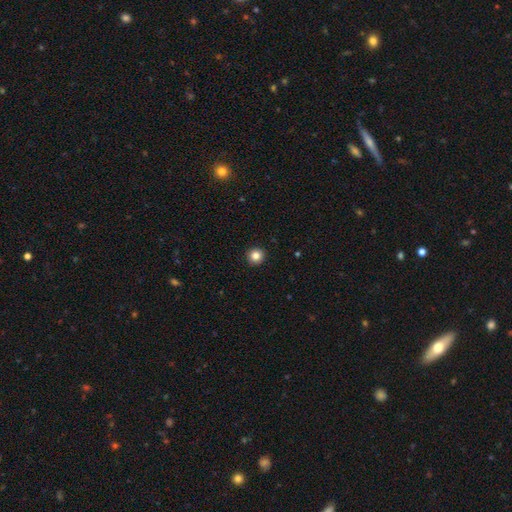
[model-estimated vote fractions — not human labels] smooth-or-featured: smooth: 84% | star or artifact: 11% | featured or disk: 5%
  how-rounded: round: 95% | in between: 4% | cigar-shaped: 1%
  merging: none: 93% | minor disturbance: 4% | major disturbance: 1% | merger: 1%